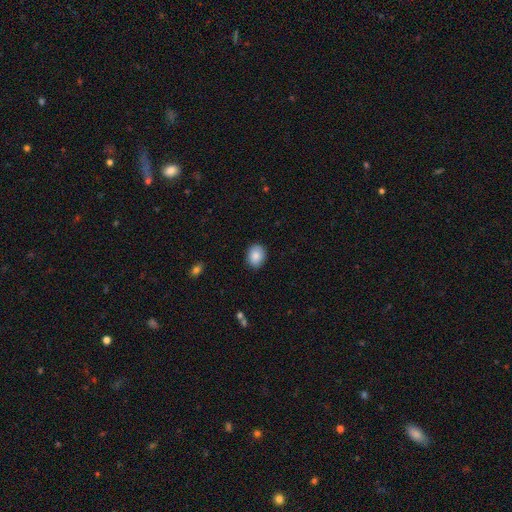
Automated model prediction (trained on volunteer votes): smooth_or_featured: smooth (p=0.87) [alt: star or artifact p=0.07]
how_rounded: in between (p=0.60) [alt: round p=0.39]
merging: none (p=0.88) [alt: minor disturbance p=0.09]